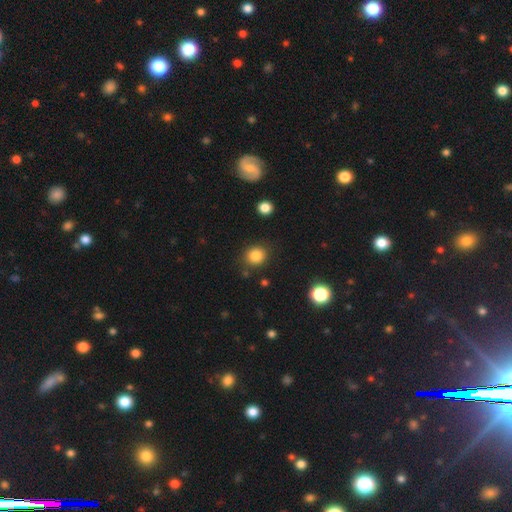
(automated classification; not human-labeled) This is clearly a smooth galaxy (84%). How rounded: likely round (77%). Merging: clearly none (85%).